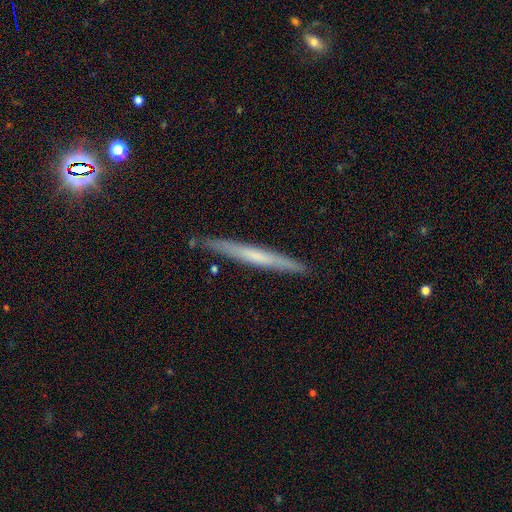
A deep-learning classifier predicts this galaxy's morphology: smooth 48%, featured or disk 46%, star or artifact 6%. Down the decision tree: merging — none (89%).